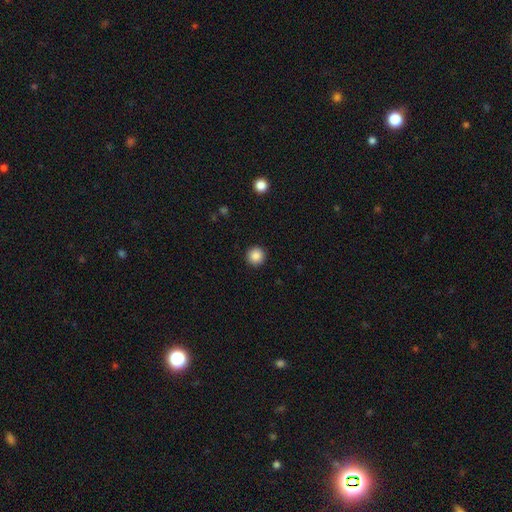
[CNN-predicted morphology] smooth 87%, star or artifact 9%, featured or disk 3%. Down the decision tree: how rounded — round (96%); merging — none (93%).